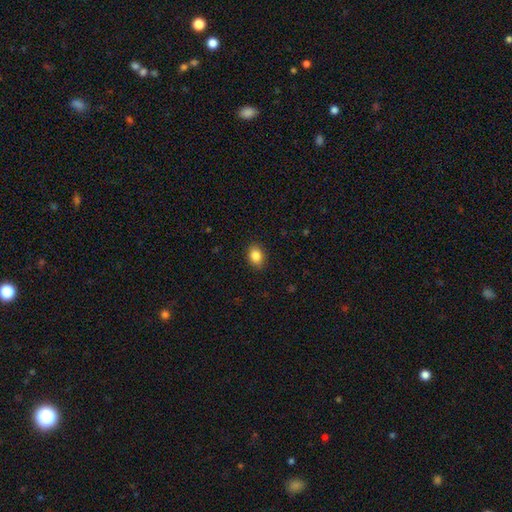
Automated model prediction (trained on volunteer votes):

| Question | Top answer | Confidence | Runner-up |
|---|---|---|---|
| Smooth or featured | smooth | 86% | star or artifact (9%) |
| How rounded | in between | 70% | round (28%) |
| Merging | none | 89% | minor disturbance (8%) |